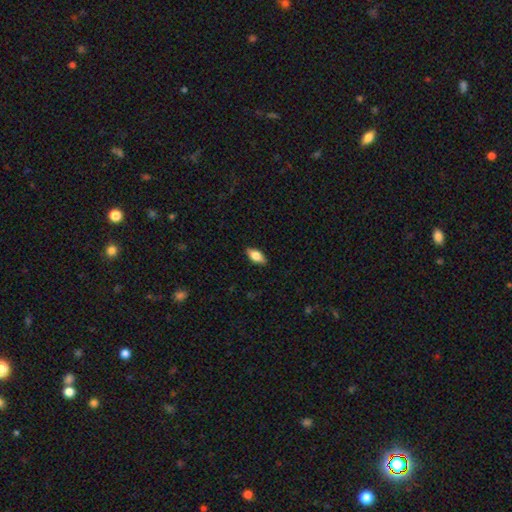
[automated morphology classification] smooth_or_featured: smooth (p=0.75) [alt: featured or disk p=0.18]
how_rounded: in between (p=0.87) [alt: cigar-shaped p=0.10]
merging: none (p=0.87) [alt: minor disturbance p=0.10]